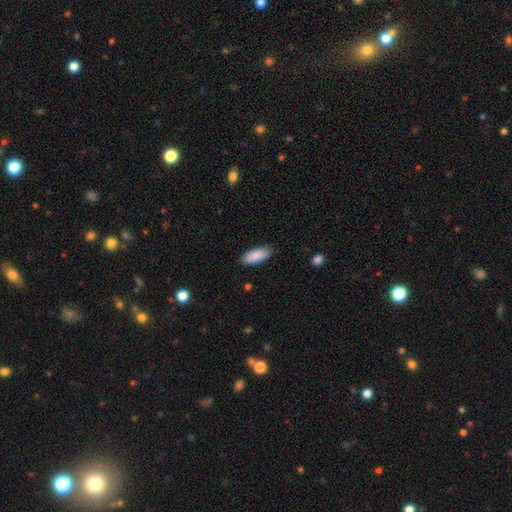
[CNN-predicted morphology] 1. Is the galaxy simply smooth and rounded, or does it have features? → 89% smooth, 6% star or artifact, 5% featured or disk.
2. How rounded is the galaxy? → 81% in between, 17% cigar-shaped, 2% round.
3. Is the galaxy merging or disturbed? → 87% none, 10% minor disturbance, 2% major disturbance, 1% merger.